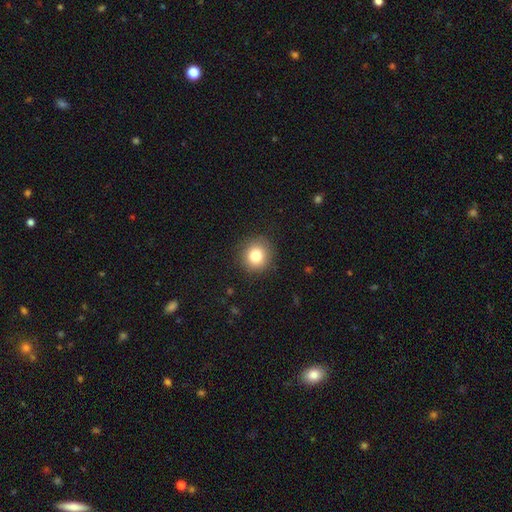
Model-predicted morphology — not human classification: Smooth or featured? smooth (82%)
How rounded? round (88%)
Merging? none (89%)